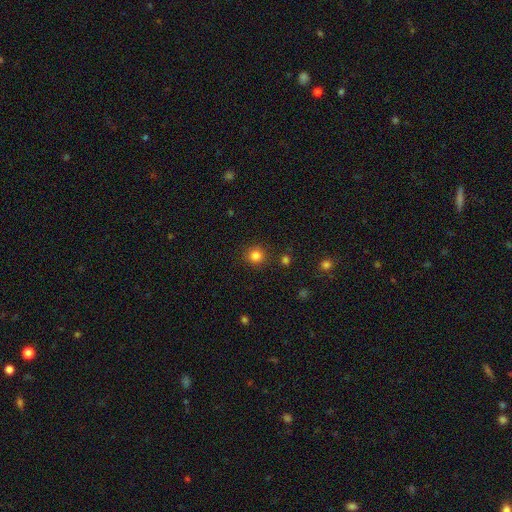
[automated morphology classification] Overall: smooth (83%). How rounded: round (92%). Merging: none (89%).